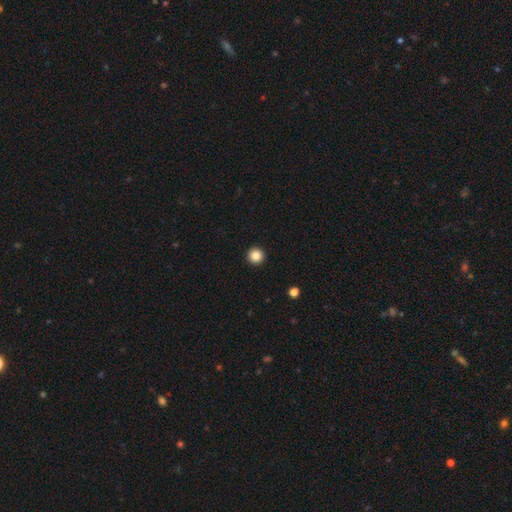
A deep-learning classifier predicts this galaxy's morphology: Smooth or featured? smooth (86%)
How rounded? round (97%)
Merging? none (94%)